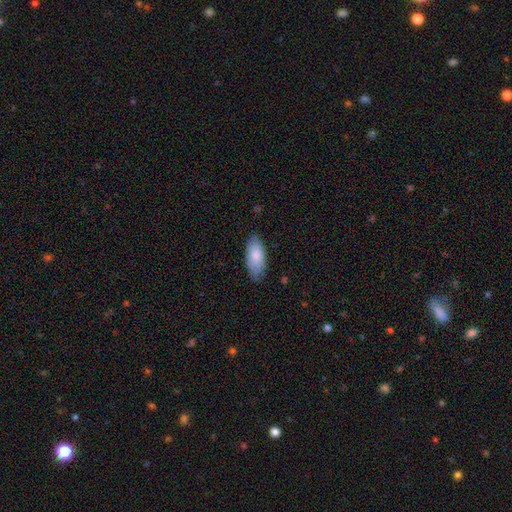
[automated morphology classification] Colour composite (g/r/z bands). It shows a smooth galaxy with no disk features (82%) that is in between round and cigar-shaped (89%). Merging: none (78%).